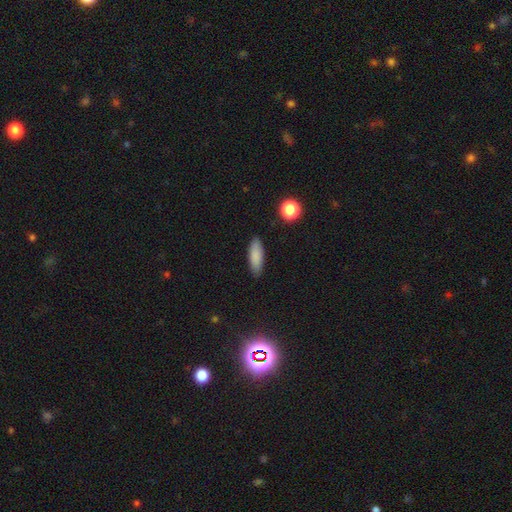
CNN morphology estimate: smooth_or_featured: smooth (p=0.86) [alt: star or artifact p=0.07]
how_rounded: in between (p=0.57) [alt: cigar-shaped p=0.41]
merging: none (p=0.87) [alt: minor disturbance p=0.10]